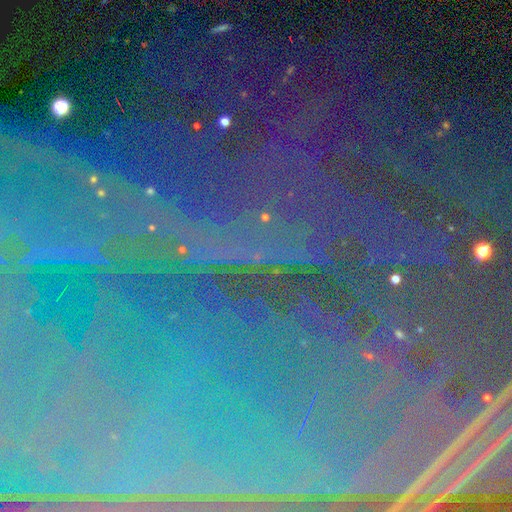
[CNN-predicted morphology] smooth_or_featured: star or artifact (p=0.87) [alt: featured or disk p=0.07]